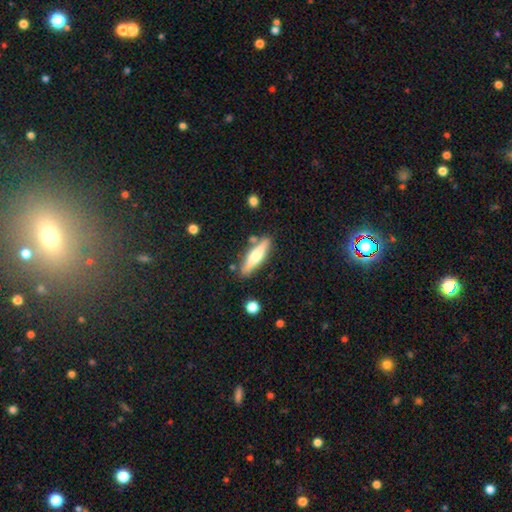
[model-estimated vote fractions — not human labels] This appears to be a smooth galaxy with no disk features (51%) that is cigar-shaped (72%). Merging: none (81%).